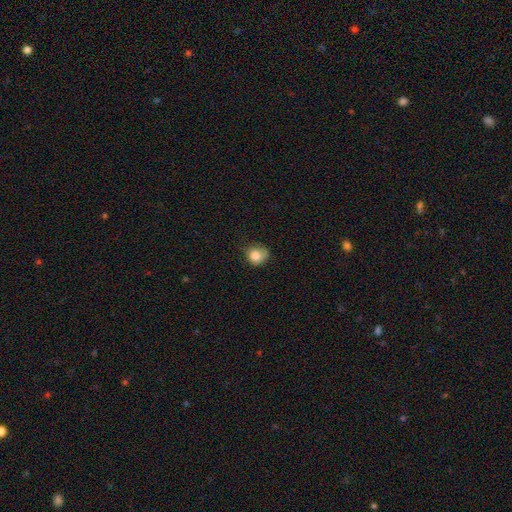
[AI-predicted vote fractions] smooth-or-featured: smooth: 81% | featured or disk: 10% | star or artifact: 9%
  how-rounded: round: 75% | in between: 24% | cigar-shaped: 1%
  merging: none: 52% | minor disturbance: 34% | major disturbance: 13% | merger: 2%